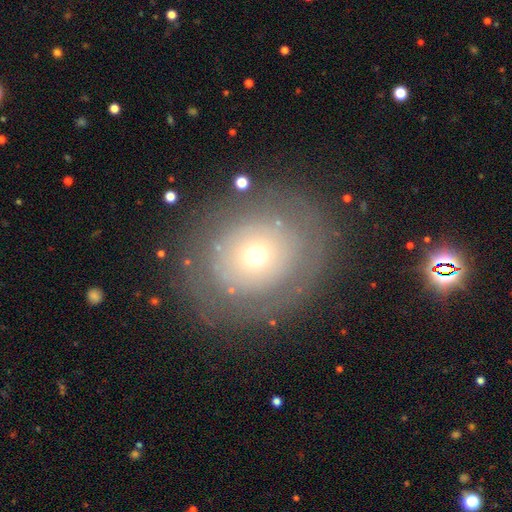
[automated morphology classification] A smooth galaxy with no disk features (52%) that is round (68%).

Vote fractions:
- Smooth or featured? smooth: 52% / featured or disk: 35% / star or artifact: 13%
- How rounded? round: 68% / in between: 31% / cigar-shaped: 1%
- Merging? none: 79% / minor disturbance: 12% / major disturbance: 7% / merger: 2%